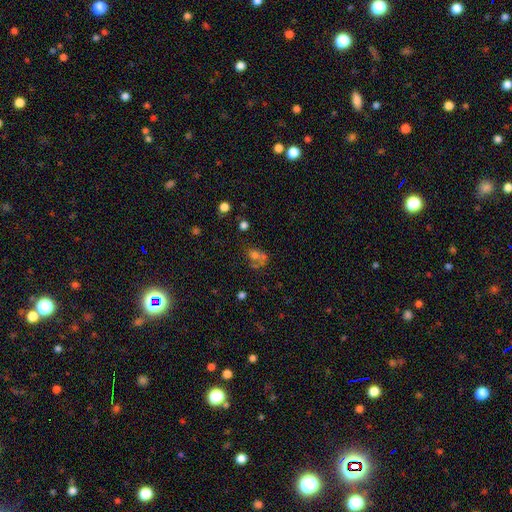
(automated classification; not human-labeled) Smooth or featured? Predicted: smooth (p=0.42). Merging? Predicted: none (p=0.34).